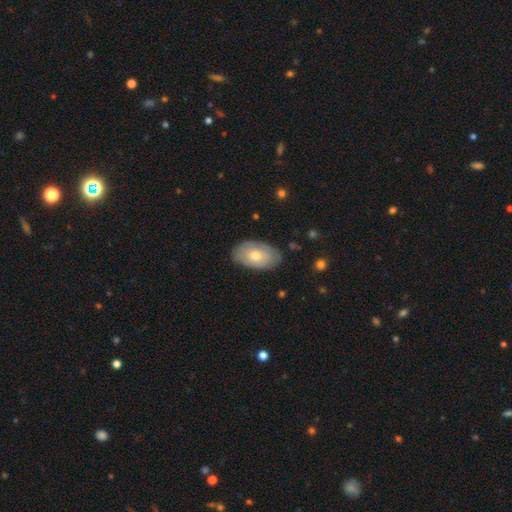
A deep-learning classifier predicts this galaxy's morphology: Smooth or featured? Predicted: smooth (p=0.54). How rounded? Predicted: in between (p=0.92). Merging? Predicted: none (p=0.81).